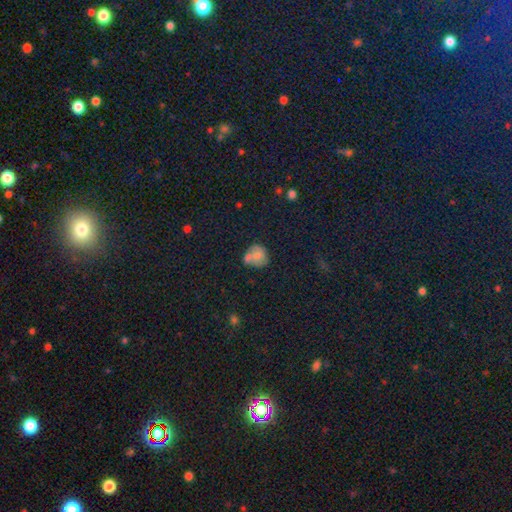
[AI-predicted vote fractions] smooth 64%, featured or disk 21%, star or artifact 15%. Down the decision tree: how rounded — round (74%); merging — none (47%).